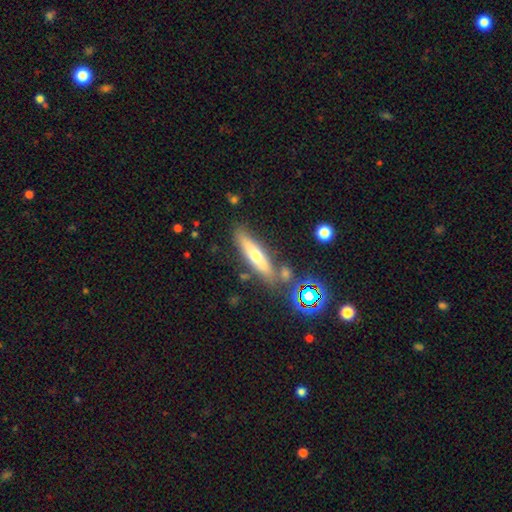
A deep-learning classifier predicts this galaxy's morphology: A smooth galaxy with no disk features (47%).

Vote fractions:
- Smooth or featured? smooth: 47% / featured or disk: 40% / star or artifact: 13%
- Merging? none: 74% / minor disturbance: 13% / merger: 10% / major disturbance: 4%